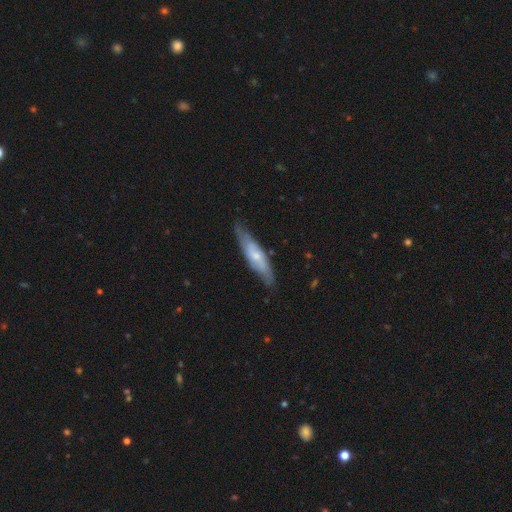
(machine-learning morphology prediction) This is possibly a featured or disk galaxy (53%). It is possibly viewed edge-on (51%). Merging: likely none (75%).